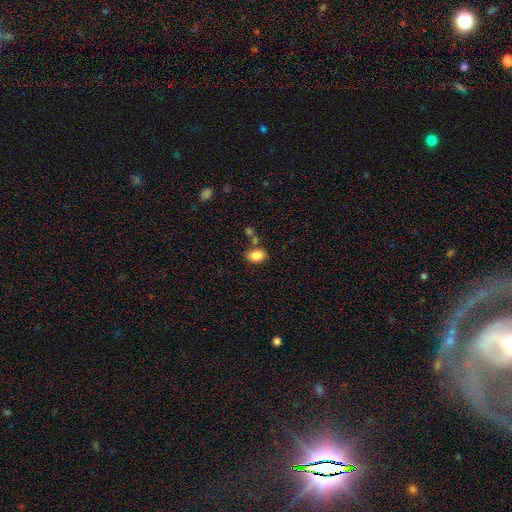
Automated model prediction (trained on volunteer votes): A smooth galaxy with no disk features (86%) that is in between round and cigar-shaped (83%).

Vote fractions:
- Smooth or featured? smooth: 86% / star or artifact: 9% / featured or disk: 5%
- How rounded? in between: 83% / round: 16% / cigar-shaped: 1%
- Merging? none: 70% / minor disturbance: 14% / merger: 12% / major disturbance: 4%